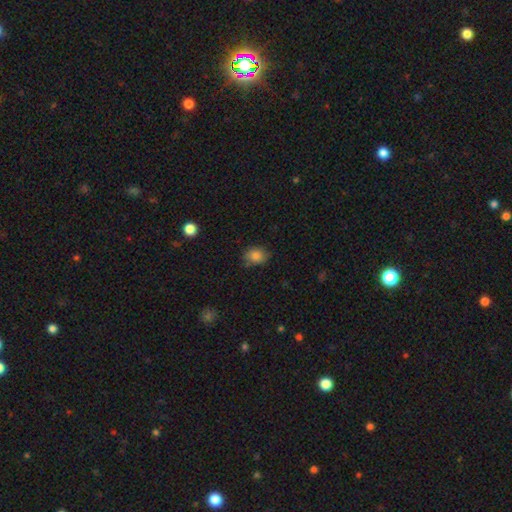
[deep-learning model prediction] A smooth galaxy with no disk features (84%) that is round (52%). Merging: none (78%).